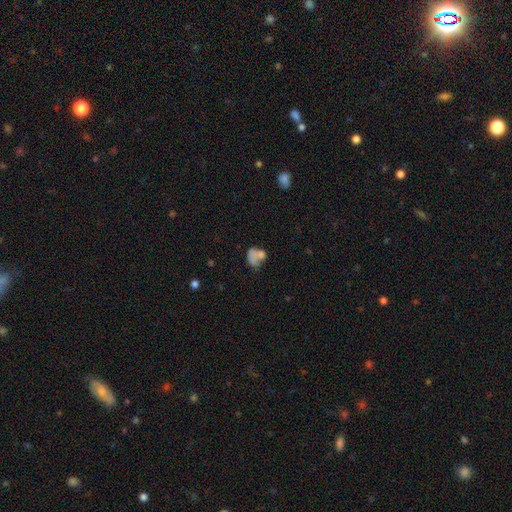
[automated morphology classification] smooth-or-featured: smooth: 67% | featured or disk: 21% | star or artifact: 12%
  how-rounded: in between: 55% | round: 43% | cigar-shaped: 2%
  merging: merger: 36% | none: 27% | major disturbance: 19% | minor disturbance: 18%